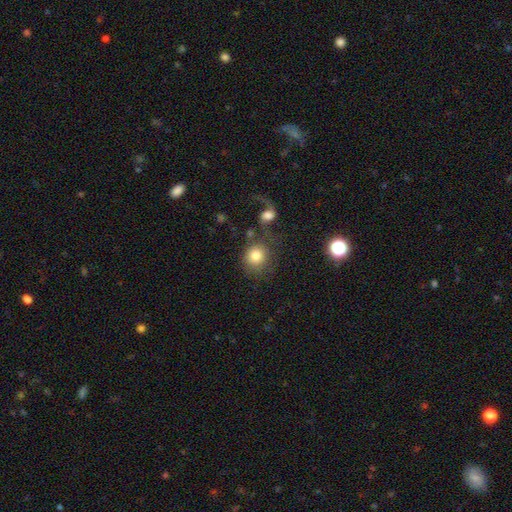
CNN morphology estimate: smooth 80%, featured or disk 11%, star or artifact 9%. Down the decision tree: how rounded — round (86%); merging — none (57%).